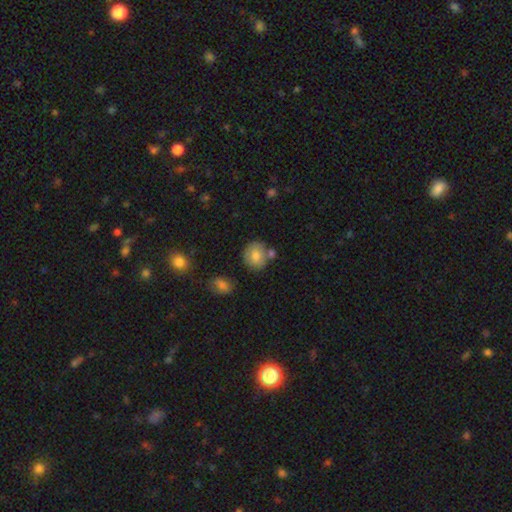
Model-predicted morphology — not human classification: Smooth or featured?
  - smooth: 77% *
  - featured or disk: 15%
  - star or artifact: 8%
How rounded?
  - round: 81% *
  - in between: 18%
  - cigar-shaped: 1%
Merging?
  - none: 68% *
  - merger: 14%
  - minor disturbance: 14%
  - major disturbance: 3%